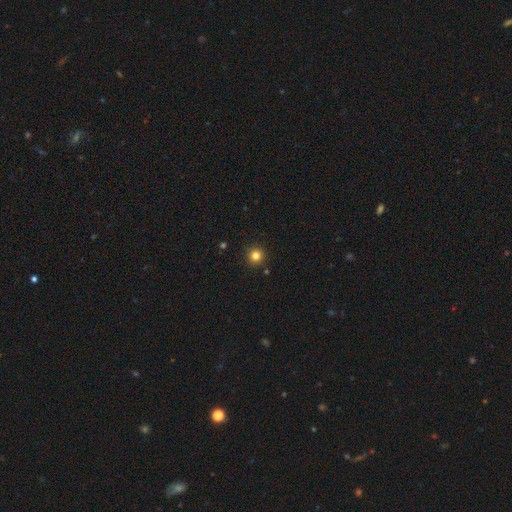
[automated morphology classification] Smooth or featured?
  - smooth: 82% *
  - star or artifact: 13%
  - featured or disk: 5%
How rounded?
  - round: 95% *
  - in between: 4%
  - cigar-shaped: 1%
Merging?
  - none: 92% *
  - minor disturbance: 5%
  - merger: 2%
  - major disturbance: 2%